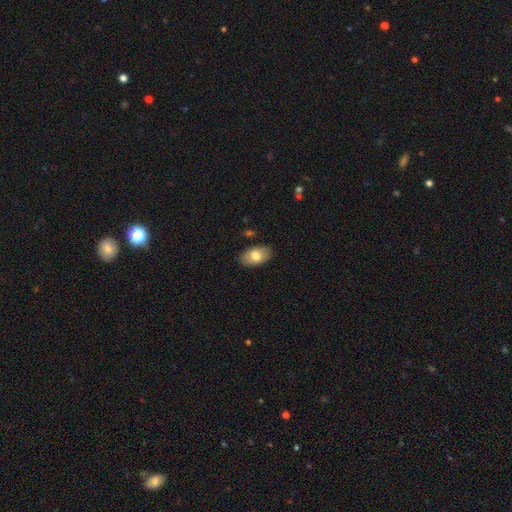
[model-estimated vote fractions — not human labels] A smooth galaxy with no disk features (77%) that is in between round and cigar-shaped (91%).

Vote fractions:
- Smooth or featured? smooth: 77% / featured or disk: 16% / star or artifact: 7%
- How rounded? in between: 91% / round: 8% / cigar-shaped: 1%
- Merging? none: 87% / minor disturbance: 10% / major disturbance: 2% / merger: 1%